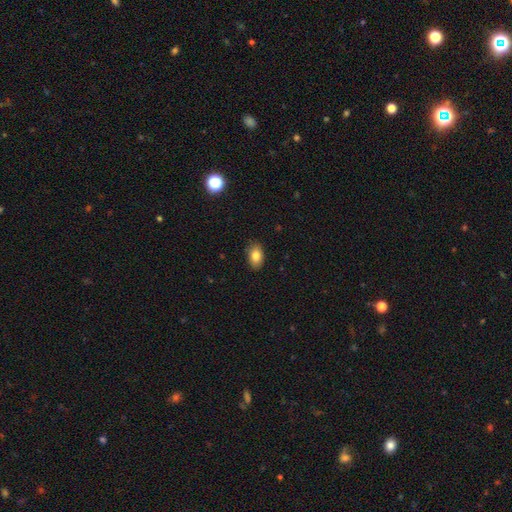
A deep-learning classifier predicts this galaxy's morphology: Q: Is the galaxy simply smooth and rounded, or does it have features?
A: smooth — 82%.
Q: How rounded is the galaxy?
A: in between — 88%.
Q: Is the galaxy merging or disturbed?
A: none — 87%.